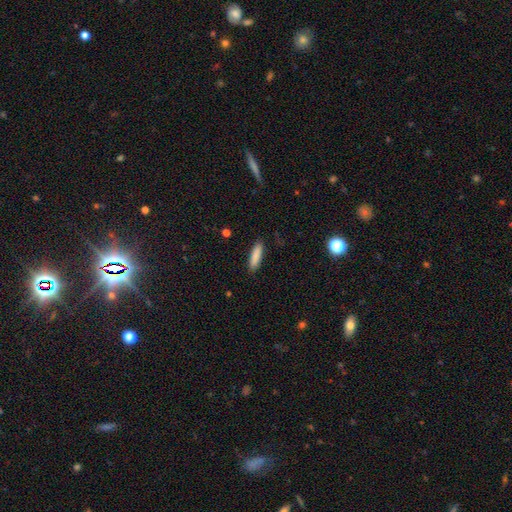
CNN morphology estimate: Q: Smooth or featured?
A: smooth (87%); runner-up: featured or disk (7%)
Q: How rounded?
A: cigar-shaped (71%); runner-up: in between (28%)
Q: Merging?
A: none (88%); runner-up: minor disturbance (9%)